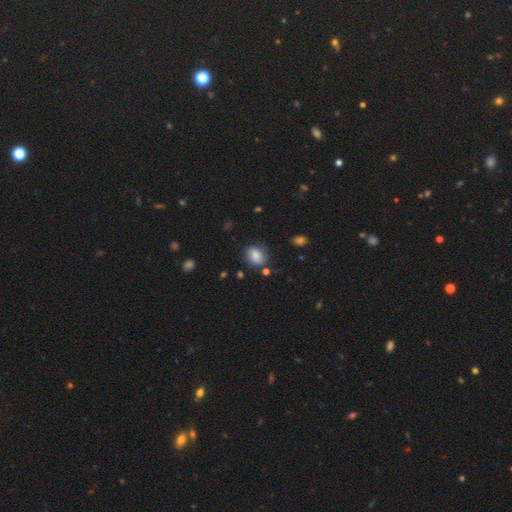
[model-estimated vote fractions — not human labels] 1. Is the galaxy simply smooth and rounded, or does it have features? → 81% smooth, 10% featured or disk, 9% star or artifact.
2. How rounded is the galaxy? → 60% in between, 38% round, 1% cigar-shaped.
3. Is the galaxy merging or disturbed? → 71% none, 19% minor disturbance, 6% major disturbance, 4% merger.